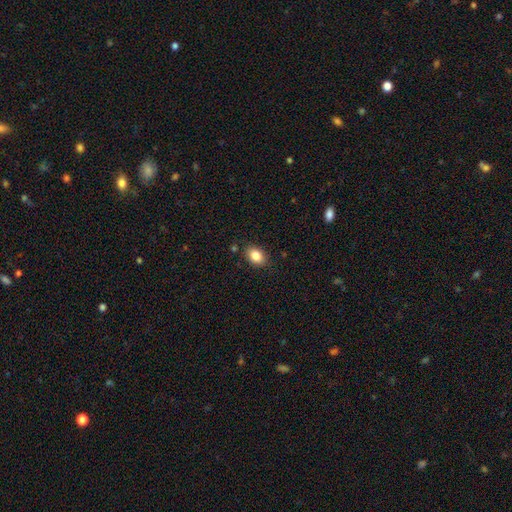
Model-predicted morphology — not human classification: Overall: smooth (85%). How rounded: in between (77%). Merging: none (84%).